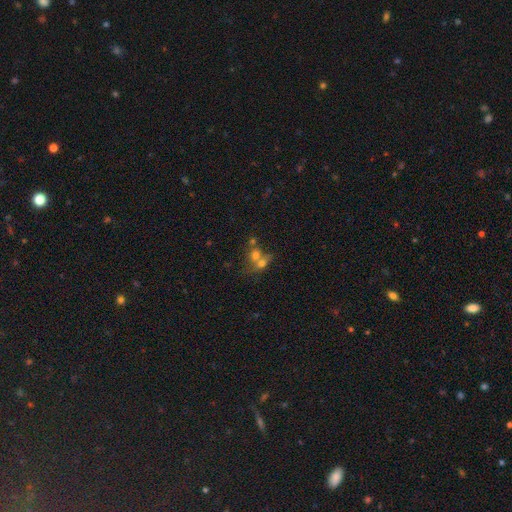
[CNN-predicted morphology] This appears to be a smooth galaxy with no disk features (61%) that is round (63%). Merging: merger (62%).